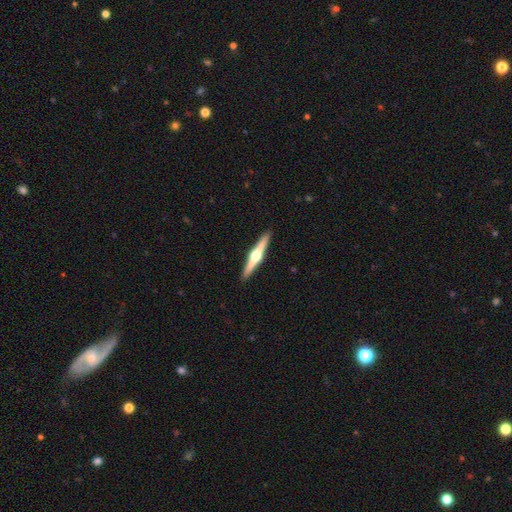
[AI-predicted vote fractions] The model was most divided on "smooth or featured": featured or disk: 78%, smooth: 17%, star or artifact: 5%. More confident: edge-on disk — yes (98%); edge-on bulge — rounded (96%); merging — none (93%).